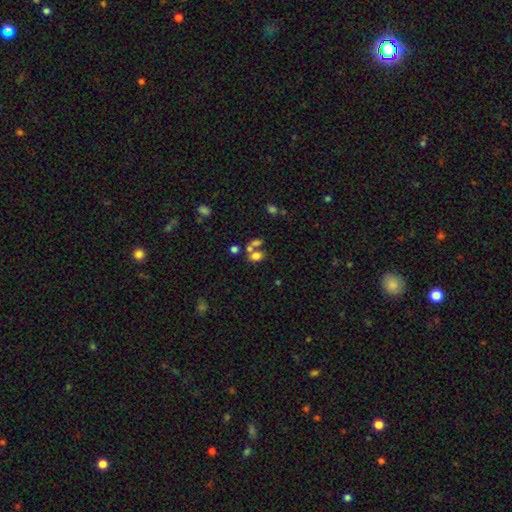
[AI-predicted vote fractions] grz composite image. It shows a smooth galaxy with no disk features (72%) that is in between round and cigar-shaped (68%). Merging: none (43%).